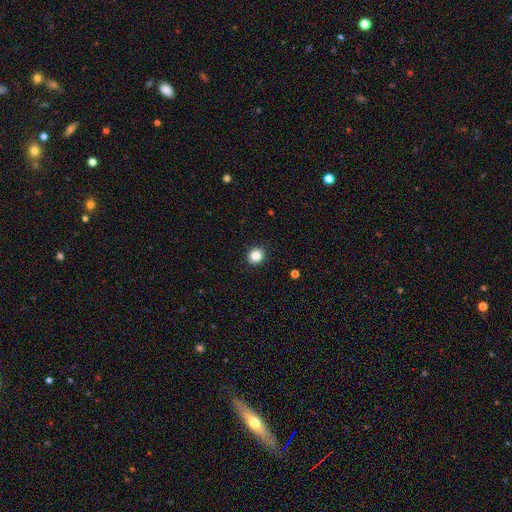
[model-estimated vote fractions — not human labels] Overall: smooth (85%). How rounded: round (84%). Merging: none (91%).